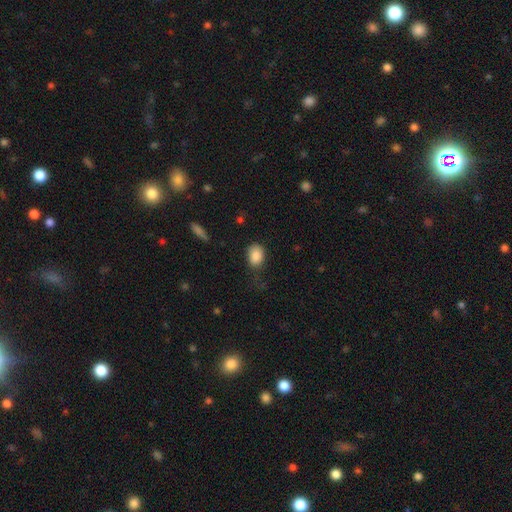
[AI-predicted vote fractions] smooth_or_featured: smooth (p=0.86) [alt: star or artifact p=0.08]
how_rounded: in between (p=0.71) [alt: round p=0.28]
merging: none (p=0.67) [alt: minor disturbance p=0.24]